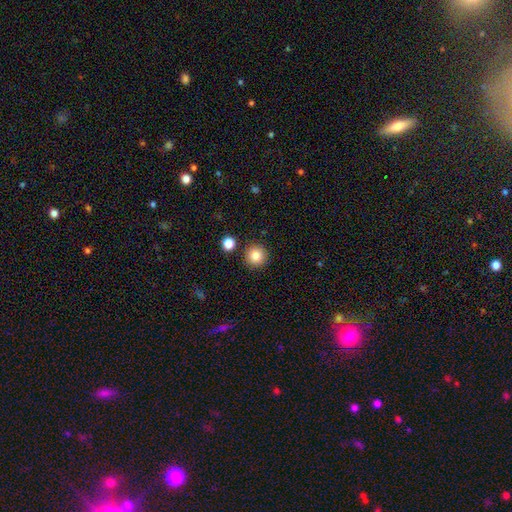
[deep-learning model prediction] Morphology: type=smooth (84%); roundness=round (95%); merging=none (89%).